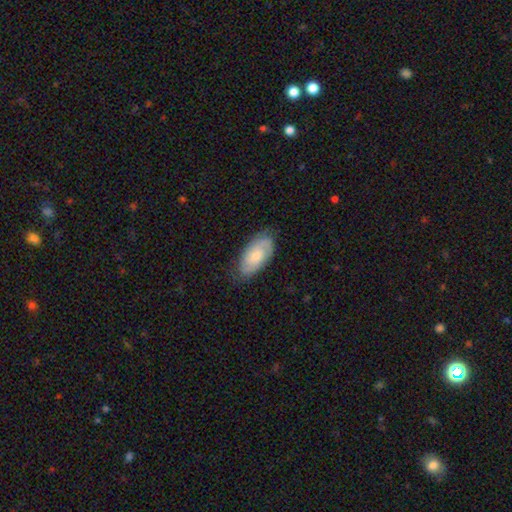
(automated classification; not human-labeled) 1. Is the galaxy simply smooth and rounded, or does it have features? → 49% featured or disk, 46% smooth, 6% star or artifact.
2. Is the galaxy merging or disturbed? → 74% none, 20% minor disturbance, 4% major disturbance, 1% merger.